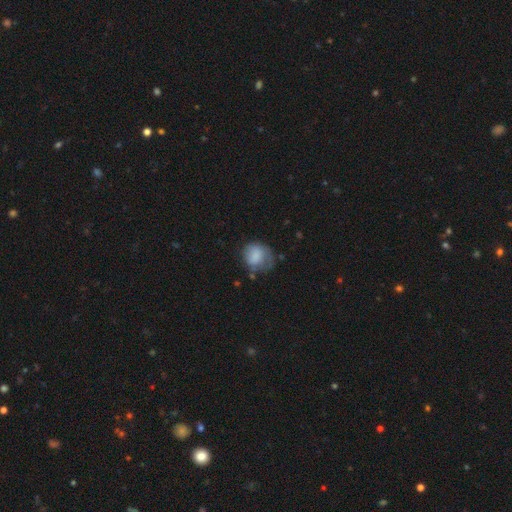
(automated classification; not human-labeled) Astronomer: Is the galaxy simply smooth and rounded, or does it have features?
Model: smooth — 74%.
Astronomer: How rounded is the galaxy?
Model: round — 67%.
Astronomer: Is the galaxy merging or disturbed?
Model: none — 39% (runner-up: minor disturbance, 33%).